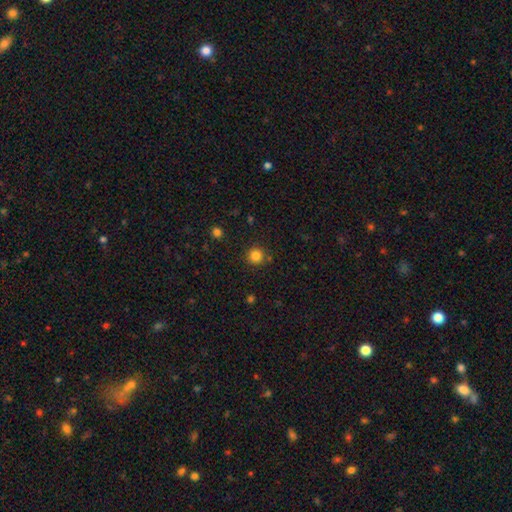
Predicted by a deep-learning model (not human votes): A smooth galaxy with no disk features (83%) that is round (95%).

Vote fractions:
- Smooth or featured? smooth: 83% / star or artifact: 13% / featured or disk: 4%
- How rounded? round: 95% / in between: 4% / cigar-shaped: 1%
- Merging? none: 87% / minor disturbance: 7% / merger: 3% / major disturbance: 2%